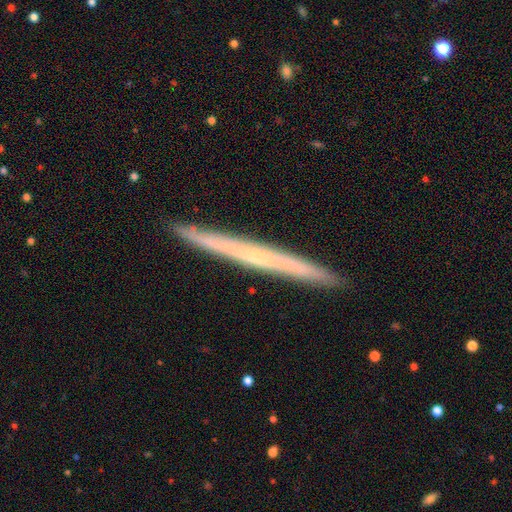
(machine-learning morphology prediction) The model was most divided on "smooth or featured": featured or disk: 62%, smooth: 31%, star or artifact: 6%. More confident: edge-on disk — yes (97%); merging — none (92%); edge-on bulge — none (78%).